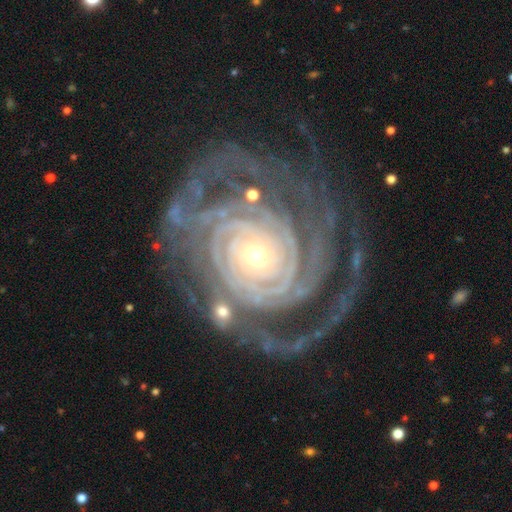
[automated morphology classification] Smooth or featured? Predicted: featured or disk (p=0.92). Edge-on disk? Predicted: no (p=0.97). Bar? Predicted: no (p=0.73). Spiral arms? Predicted: yes (p=0.99). Spiral winding? Predicted: tight (p=0.85). Spiral arm count? Predicted: 4 (p=0.20). Bulge size? Predicted: small (p=0.67). Merging? Predicted: none (p=0.68).